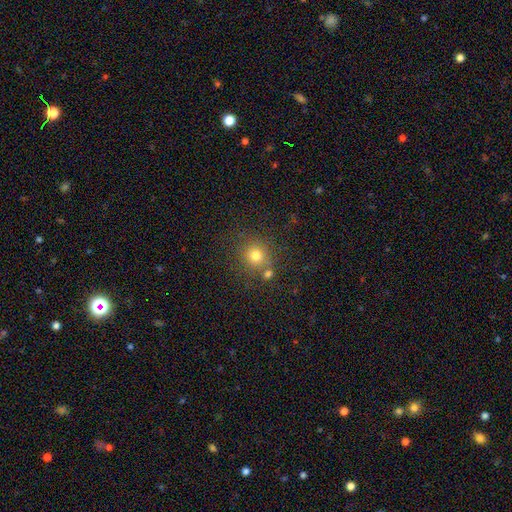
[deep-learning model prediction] smooth_or_featured: smooth (p=0.76) [alt: star or artifact p=0.16]
how_rounded: round (p=0.90) [alt: in between p=0.09]
merging: none (p=0.72) [alt: merger p=0.15]